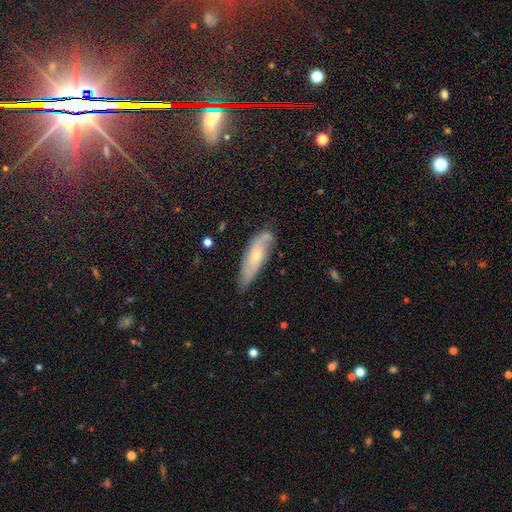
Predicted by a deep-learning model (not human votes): This appears to be a featured or disk galaxy (56%). Merging: none (63%).